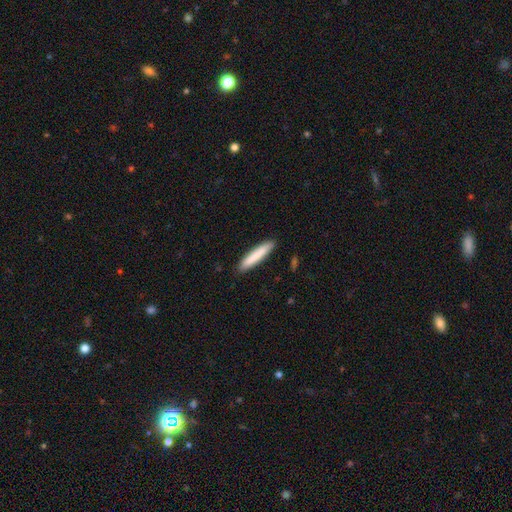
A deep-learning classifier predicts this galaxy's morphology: smooth-or-featured: smooth: 82% | featured or disk: 13% | star or artifact: 5%
  how-rounded: cigar-shaped: 91% | in between: 7% | round: 1%
  merging: none: 90% | minor disturbance: 7% | major disturbance: 1% | merger: 1%